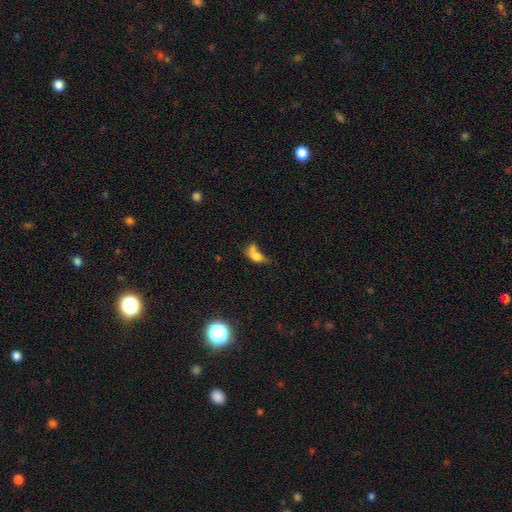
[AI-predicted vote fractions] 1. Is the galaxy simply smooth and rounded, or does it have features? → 63% smooth, 24% featured or disk, 13% star or artifact.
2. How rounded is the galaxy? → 71% in between, 18% round, 11% cigar-shaped.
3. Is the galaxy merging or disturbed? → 52% merger, 19% none, 17% major disturbance, 13% minor disturbance.